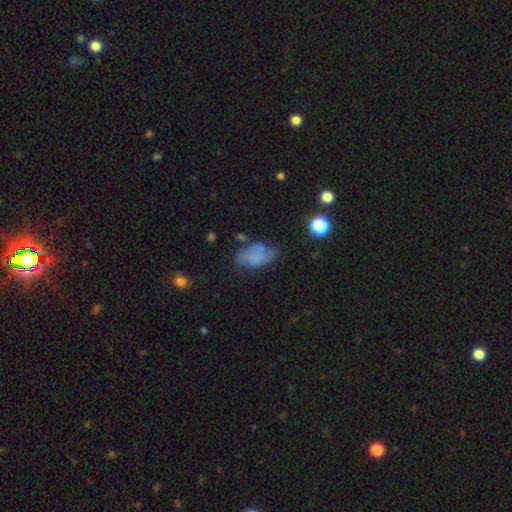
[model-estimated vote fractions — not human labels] smooth 58%, featured or disk 29%, star or artifact 13%. Down the decision tree: how rounded — in between (89%); merging — none (43%).